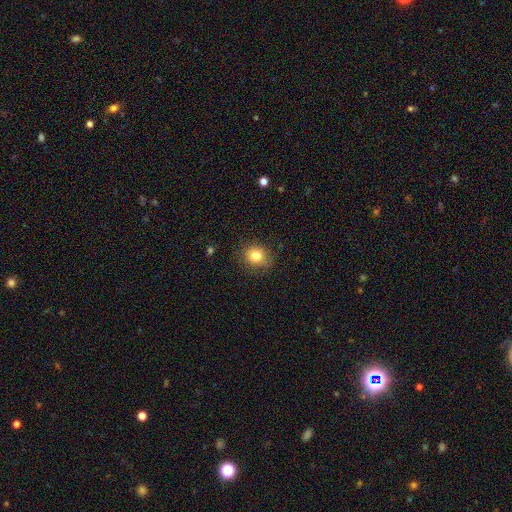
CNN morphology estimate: This is clearly a smooth galaxy (82%). How rounded: likely round (77%). Merging: clearly none (85%).